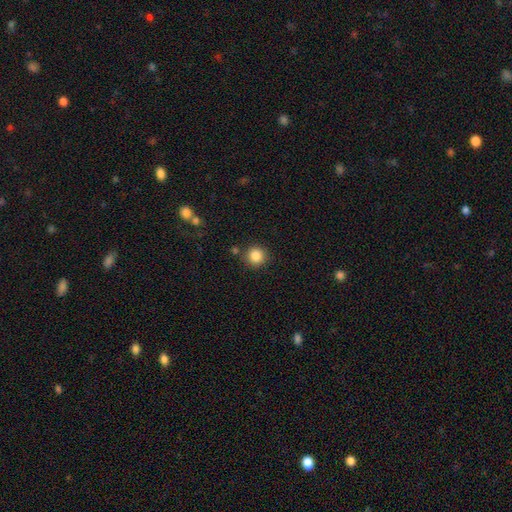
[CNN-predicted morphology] type=smooth (85%); roundness=round (94%); merging=none (86%).